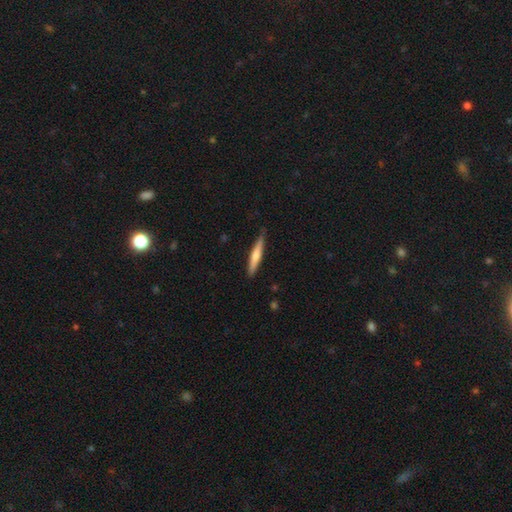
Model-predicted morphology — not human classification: Smooth or featured? Predicted: smooth (p=0.57). How rounded? Predicted: cigar-shaped (p=0.93). Merging? Predicted: none (p=0.84).